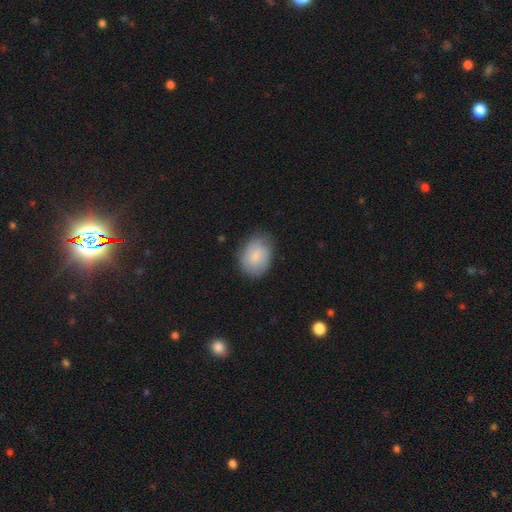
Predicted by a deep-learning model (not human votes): This appears to be a smooth galaxy with no disk features (79%) that is in between round and cigar-shaped (69%). Merging: none (72%).